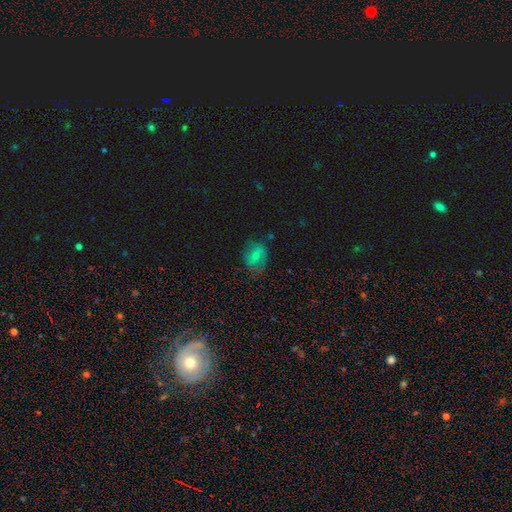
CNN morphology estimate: A smooth galaxy with no disk features (48%).

Vote fractions:
- Smooth or featured? smooth: 48% / featured or disk: 34% / star or artifact: 18%
- Merging? none: 67% / minor disturbance: 22% / major disturbance: 9% / merger: 2%